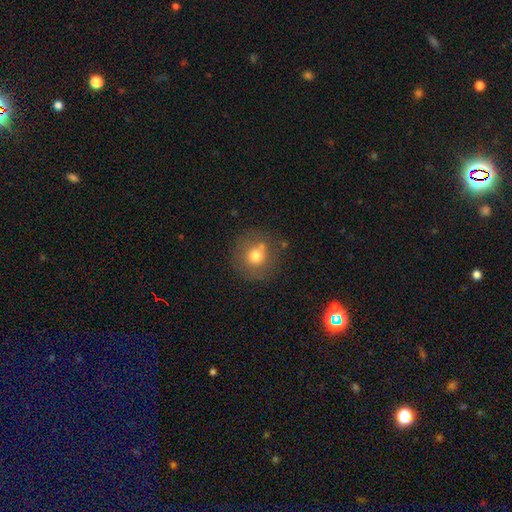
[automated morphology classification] smooth-or-featured: smooth: 70% | featured or disk: 18% | star or artifact: 12%
  how-rounded: round: 91% | in between: 8% | cigar-shaped: 1%
  merging: none: 72% | minor disturbance: 14% | merger: 8% | major disturbance: 6%